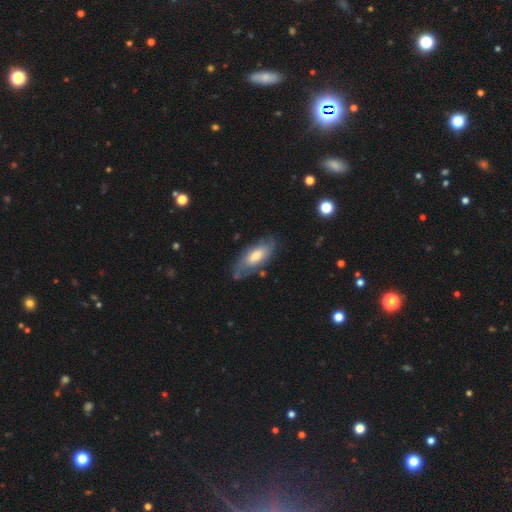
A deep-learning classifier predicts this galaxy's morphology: Overall: smooth (48%; featured or disk 46%). Merging: none (68%).